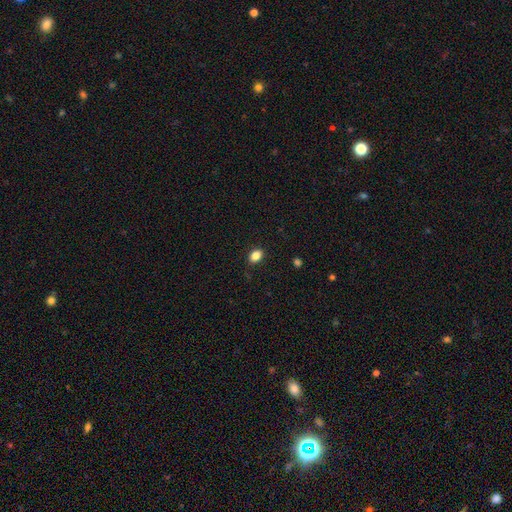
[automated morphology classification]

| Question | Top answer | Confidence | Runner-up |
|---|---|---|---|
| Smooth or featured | smooth | 86% | star or artifact (10%) |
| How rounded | in between | 73% | round (26%) |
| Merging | none | 87% | minor disturbance (9%) |